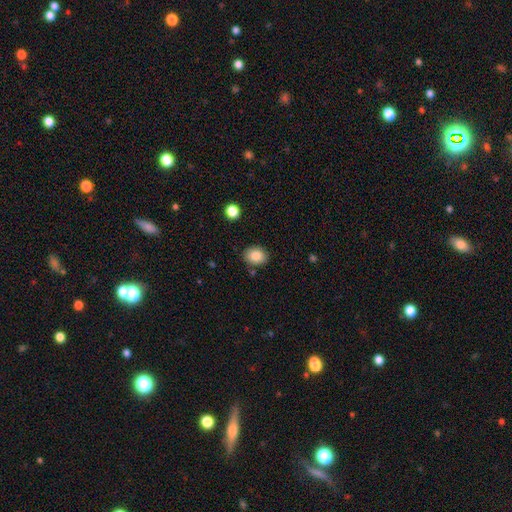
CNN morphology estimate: The model was most divided on "how rounded": in between: 53%, round: 46%, cigar-shaped: 1%. More confident: smooth or featured — smooth (86%); merging — none (84%).